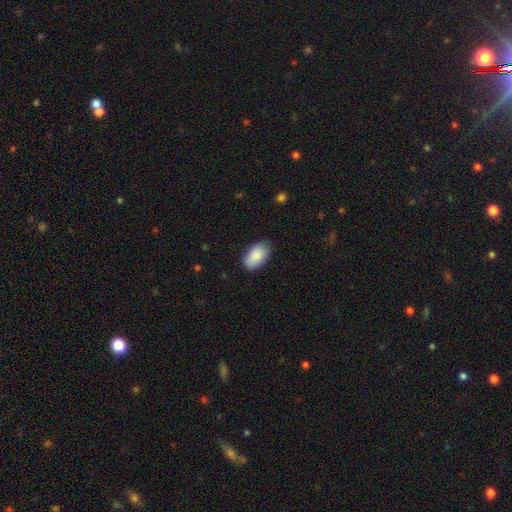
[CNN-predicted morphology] Smooth or featured: smooth — 89% (star or artifact — 6%)
How rounded: in between — 95% (round — 3%)
Merging: none — 84% (minor disturbance — 13%)